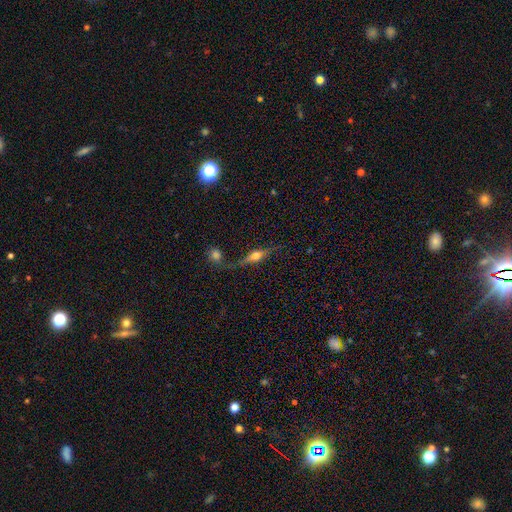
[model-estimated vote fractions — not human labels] Smooth or featured? Predicted: featured or disk (p=0.60). Edge-on disk? Predicted: yes (p=0.88). Edge-on bulge? Predicted: rounded (p=0.93). Merging? Predicted: none (p=0.63).